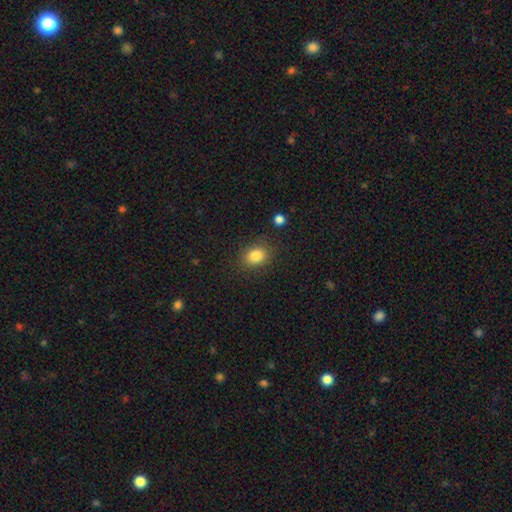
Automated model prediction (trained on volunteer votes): Smooth or featured? smooth (84%)
How rounded? in between (51%)
Merging? none (82%)